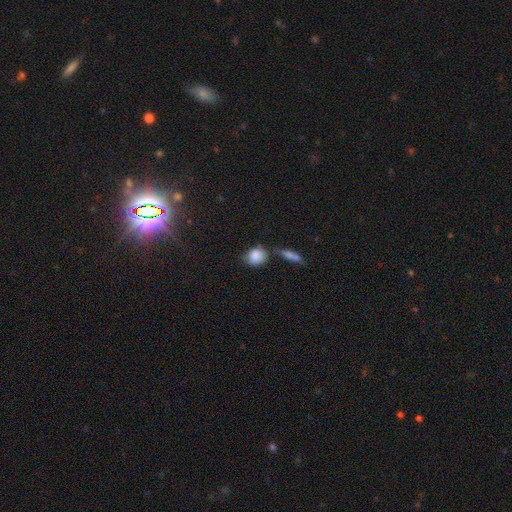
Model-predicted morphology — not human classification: A smooth galaxy with no disk features (86%) that is round (50%). Merging: none (57%).